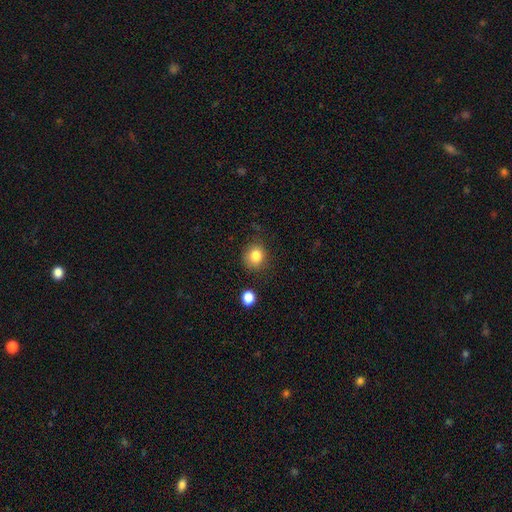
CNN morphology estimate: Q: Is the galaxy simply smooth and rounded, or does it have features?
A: smooth — 83%.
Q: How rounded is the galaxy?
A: round — 79%.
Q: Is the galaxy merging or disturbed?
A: none — 81%.